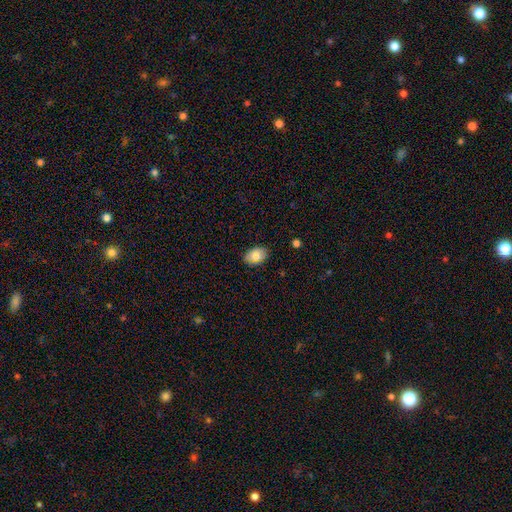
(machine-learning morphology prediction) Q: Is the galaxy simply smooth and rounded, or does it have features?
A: smooth — 81%.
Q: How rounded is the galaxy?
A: in between — 85%.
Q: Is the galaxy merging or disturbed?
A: none — 84%.